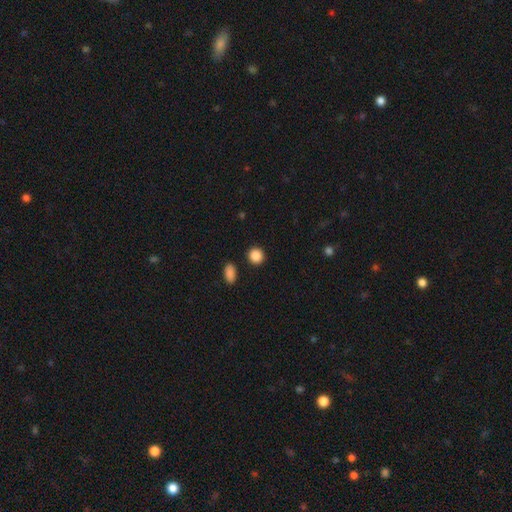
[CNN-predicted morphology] A smooth galaxy with no disk features (88%) that is round (86%). Merging: none (88%).